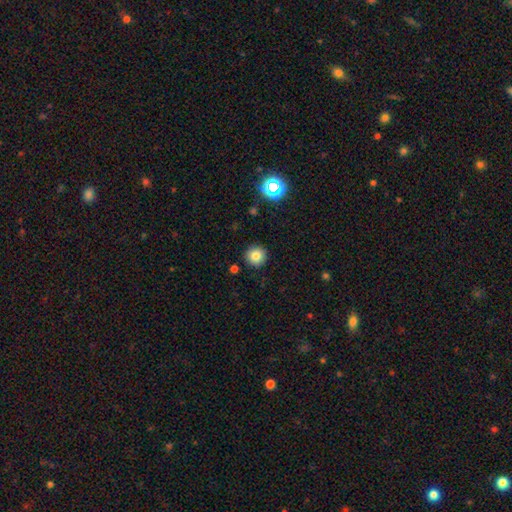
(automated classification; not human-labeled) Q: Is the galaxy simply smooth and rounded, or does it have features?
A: smooth — 81%.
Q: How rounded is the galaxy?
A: round — 95%.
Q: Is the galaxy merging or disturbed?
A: none — 91%.